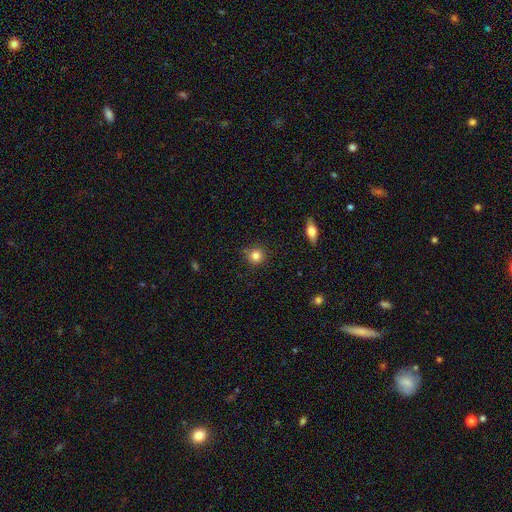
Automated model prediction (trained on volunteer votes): A smooth galaxy with no disk features (82%) that is round (92%).

Vote fractions:
- Smooth or featured? smooth: 82% / star or artifact: 11% / featured or disk: 7%
- How rounded? round: 92% / in between: 7% / cigar-shaped: 1%
- Merging? none: 84% / minor disturbance: 10% / merger: 4% / major disturbance: 2%